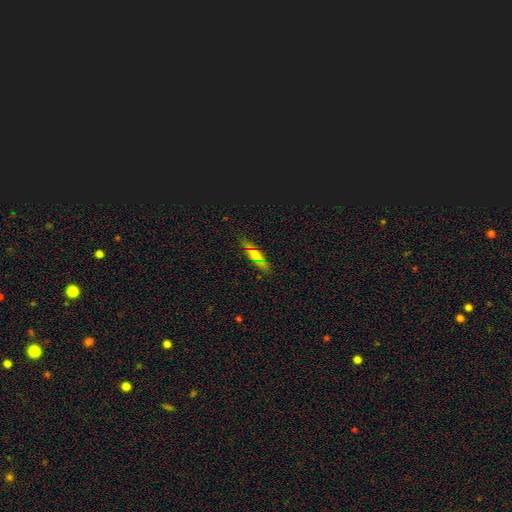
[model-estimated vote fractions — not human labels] This is possibly a smooth galaxy (55%). How rounded: possibly cigar-shaped (56%). Merging: clearly none (83%).